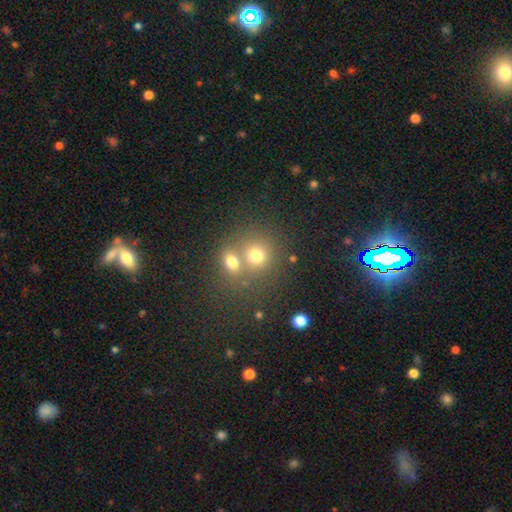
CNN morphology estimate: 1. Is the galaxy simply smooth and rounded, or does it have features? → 72% smooth, 16% star or artifact, 12% featured or disk.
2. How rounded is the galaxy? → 79% round, 19% in between, 1% cigar-shaped.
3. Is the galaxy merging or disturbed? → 45% merger, 44% none, 7% minor disturbance, 4% major disturbance.